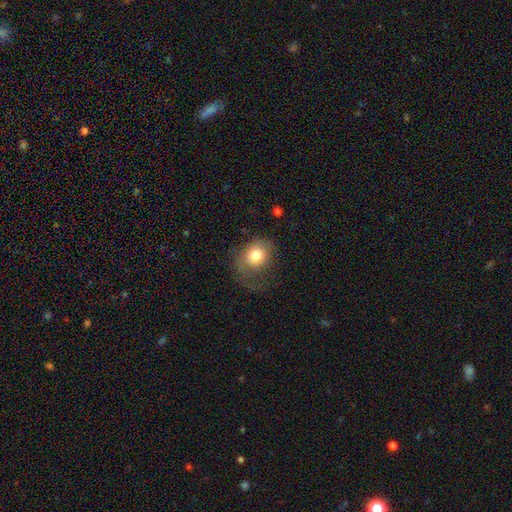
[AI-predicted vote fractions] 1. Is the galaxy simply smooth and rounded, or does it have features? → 73% smooth, 18% featured or disk, 9% star or artifact.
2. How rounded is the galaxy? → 62% round, 37% in between, 1% cigar-shaped.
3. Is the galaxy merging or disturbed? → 40% none, 33% major disturbance, 25% minor disturbance, 2% merger.